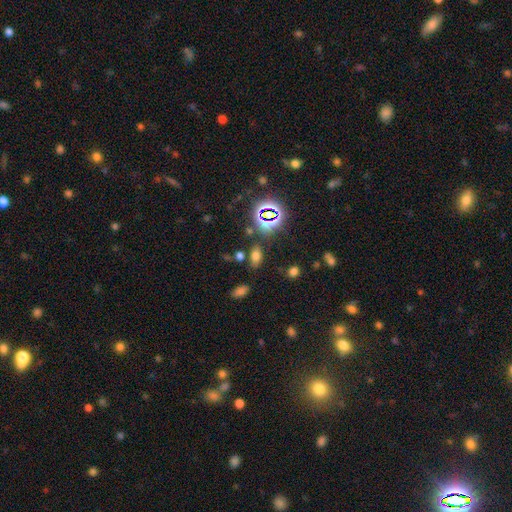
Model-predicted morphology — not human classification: Overall: smooth (62%; star or artifact 28%). How rounded: in between (86%). Merging: none (78%).